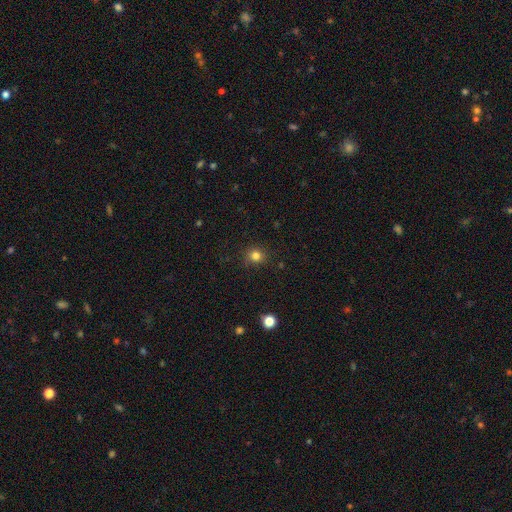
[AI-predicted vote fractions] Q: Smooth or featured?
A: smooth (81%); runner-up: star or artifact (14%)
Q: How rounded?
A: round (89%); runner-up: in between (10%)
Q: Merging?
A: none (86%); runner-up: minor disturbance (10%)